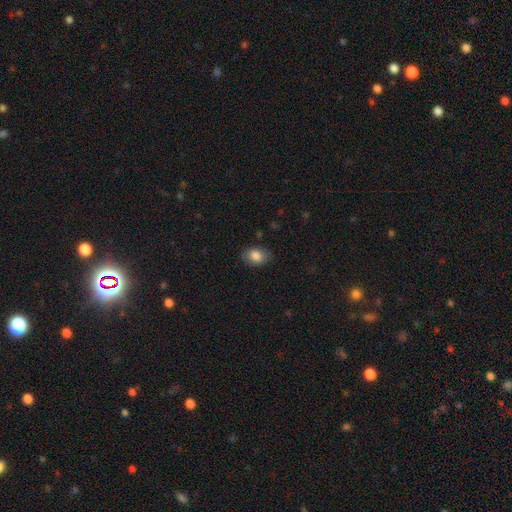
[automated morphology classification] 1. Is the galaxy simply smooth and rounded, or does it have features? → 84% smooth, 8% star or artifact, 8% featured or disk.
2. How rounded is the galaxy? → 79% in between, 20% round, 1% cigar-shaped.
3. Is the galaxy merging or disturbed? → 83% none, 13% minor disturbance, 3% major disturbance, 1% merger.